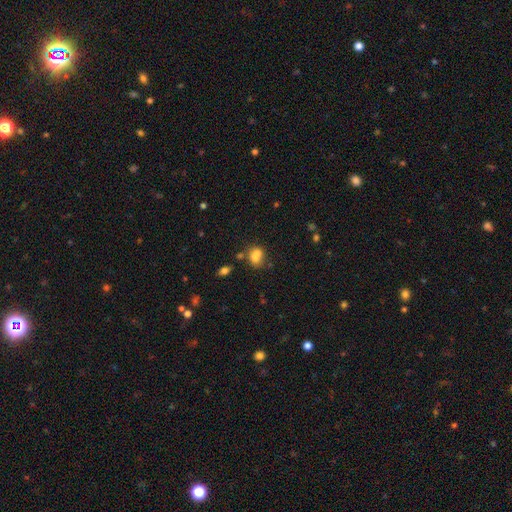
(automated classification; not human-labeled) smooth_or_featured: smooth (p=0.78) [alt: star or artifact p=0.12]
how_rounded: in between (p=0.63) [alt: round p=0.35]
merging: none (p=0.47) [alt: merger p=0.27]